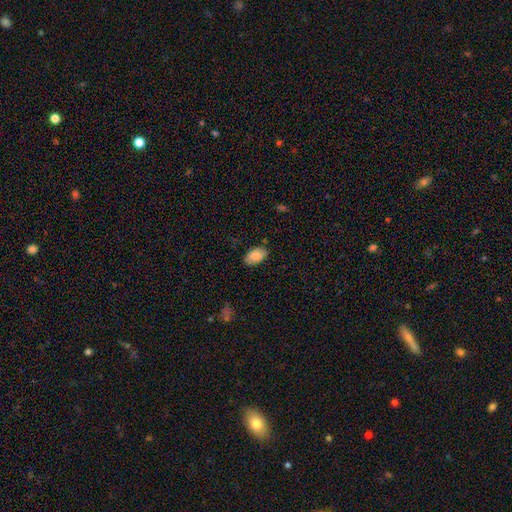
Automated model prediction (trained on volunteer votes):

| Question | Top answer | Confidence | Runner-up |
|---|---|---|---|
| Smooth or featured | smooth | 81% | featured or disk (12%) |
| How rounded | in between | 93% | round (6%) |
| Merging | none | 81% | minor disturbance (15%) |